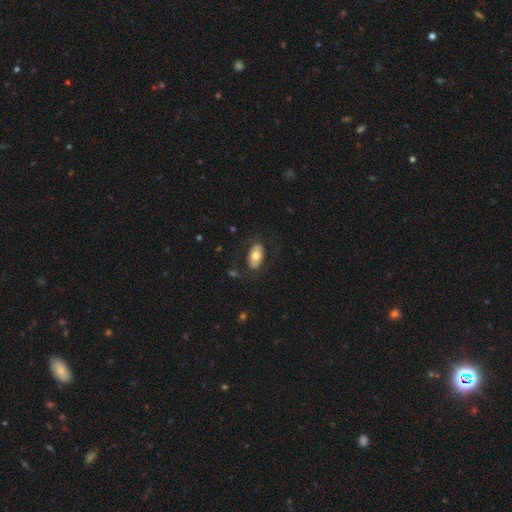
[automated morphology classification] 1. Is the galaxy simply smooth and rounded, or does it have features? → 66% smooth, 29% featured or disk, 6% star or artifact.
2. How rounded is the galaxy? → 93% in between, 5% round, 2% cigar-shaped.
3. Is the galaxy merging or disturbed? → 78% none, 13% minor disturbance, 7% major disturbance, 1% merger.